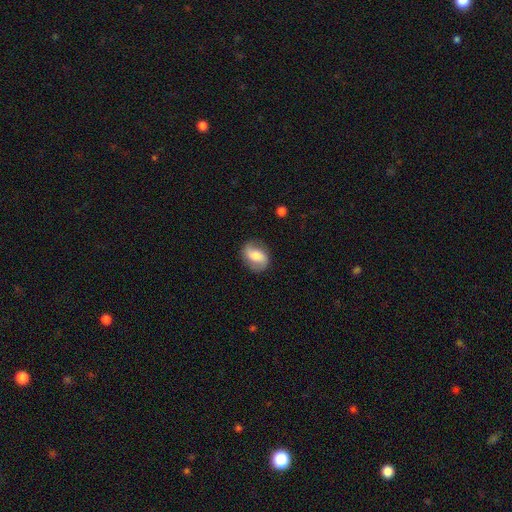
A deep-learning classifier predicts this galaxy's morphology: Q: Smooth or featured?
A: smooth (48%); runner-up: featured or disk (45%)
Q: Merging?
A: none (79%); runner-up: minor disturbance (15%)